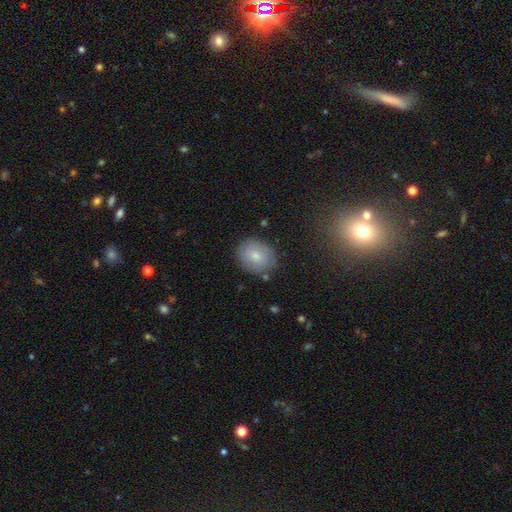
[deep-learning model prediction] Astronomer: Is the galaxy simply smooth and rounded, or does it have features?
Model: smooth — 76%.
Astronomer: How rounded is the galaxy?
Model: round — 60% (runner-up: in between, 39%).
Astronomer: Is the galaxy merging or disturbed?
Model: none — 81%.